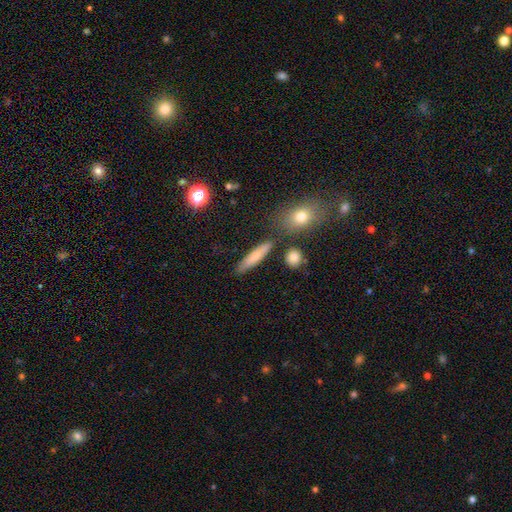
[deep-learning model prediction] Morphology: type=smooth (72%); roundness=cigar-shaped (80%); merging=none (80%).